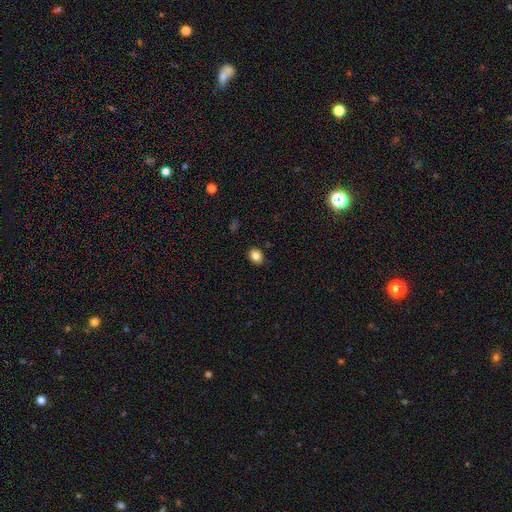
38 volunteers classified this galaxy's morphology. A smooth galaxy with no disk features (84%) that is in between round and cigar-shaped (81%). Merging: none (97%).